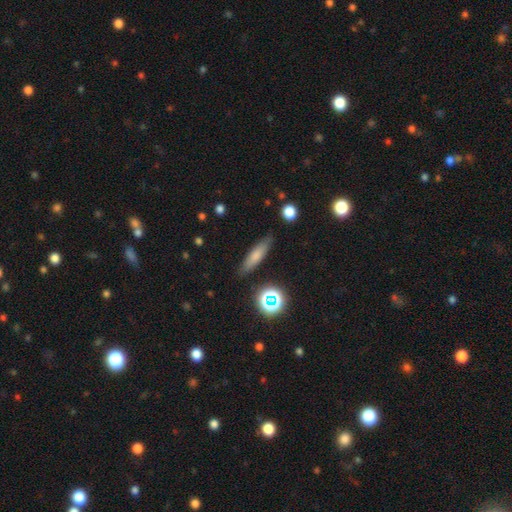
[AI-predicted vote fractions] Q: Smooth or featured?
A: smooth (71%); runner-up: featured or disk (19%)
Q: How rounded?
A: cigar-shaped (71%); runner-up: in between (25%)
Q: Merging?
A: none (84%); runner-up: minor disturbance (12%)